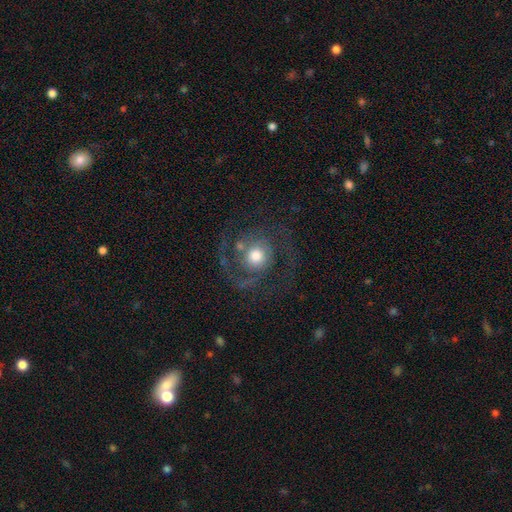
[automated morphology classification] smooth_or_featured: featured or disk (p=0.72) [alt: smooth p=0.20]
disk_edge_on: no (p=0.98) [alt: yes p=0.02]
bar: no (p=0.80) [alt: weak p=0.16]
has_spiral_arms: yes (p=0.88) [alt: no p=0.12]
spiral_winding: medium (p=0.46) [alt: loose p=0.30]
spiral_arm_count: 2 (p=0.68) [alt: can't tell p=0.10]
bulge_size: moderate (p=0.58) [alt: large p=0.27]
merging: none (p=0.60) [alt: major disturbance p=0.22]